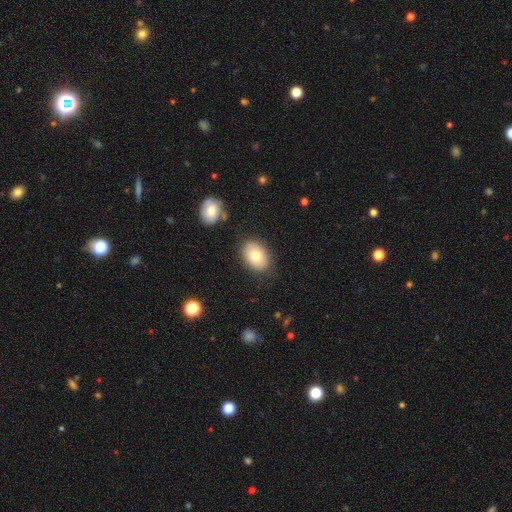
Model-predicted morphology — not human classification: A smooth galaxy with no disk features (78%) that is in between round and cigar-shaped (82%). Merging: none (82%).